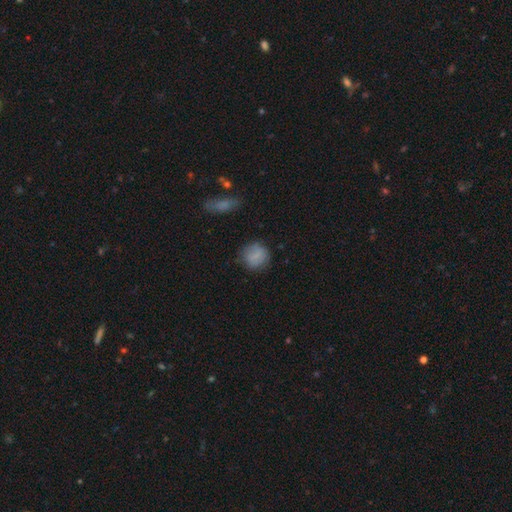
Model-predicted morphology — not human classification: This appears to be a smooth galaxy with no disk features (79%) that is round (84%). Merging: none (77%).